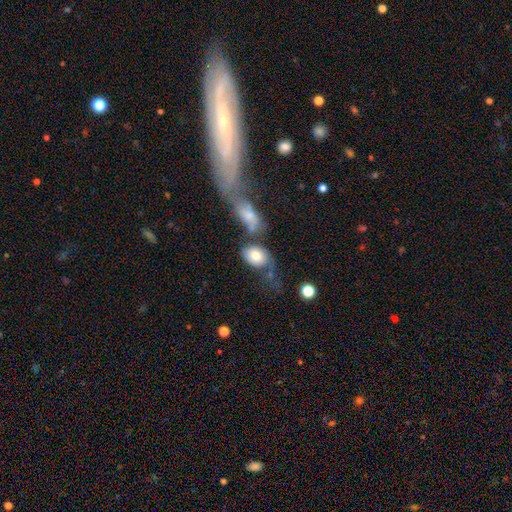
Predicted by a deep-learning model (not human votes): smooth 76%, featured or disk 17%, star or artifact 7%. Down the decision tree: how rounded — in between (71%); merging — none (38%).